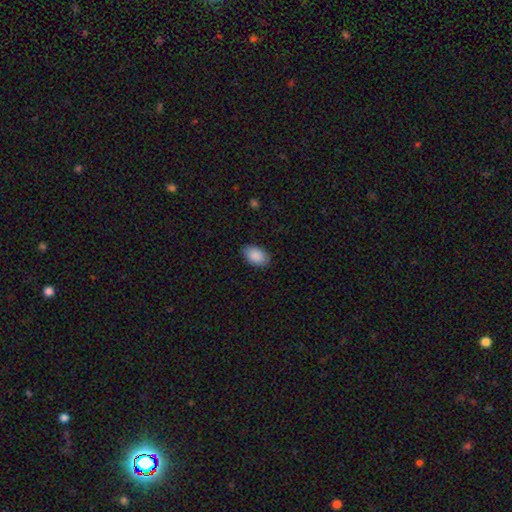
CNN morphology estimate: This appears to be a smooth galaxy with no disk features (90%) that is in between round and cigar-shaped (92%). Merging: none (87%).